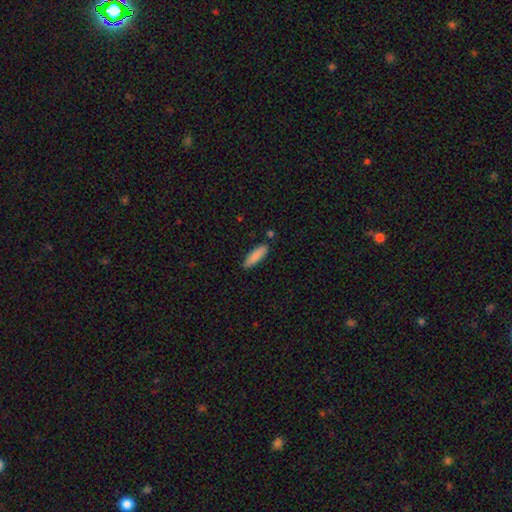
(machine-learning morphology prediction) This appears to be a smooth galaxy with no disk features (86%) that is cigar-shaped (60%). Merging: none (82%).